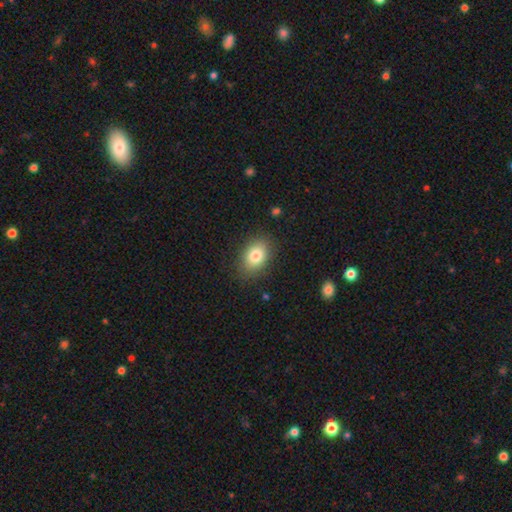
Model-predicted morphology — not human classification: Q: Smooth or featured?
A: smooth (81%); runner-up: featured or disk (11%)
Q: How rounded?
A: in between (81%); runner-up: round (17%)
Q: Merging?
A: none (84%); runner-up: minor disturbance (12%)